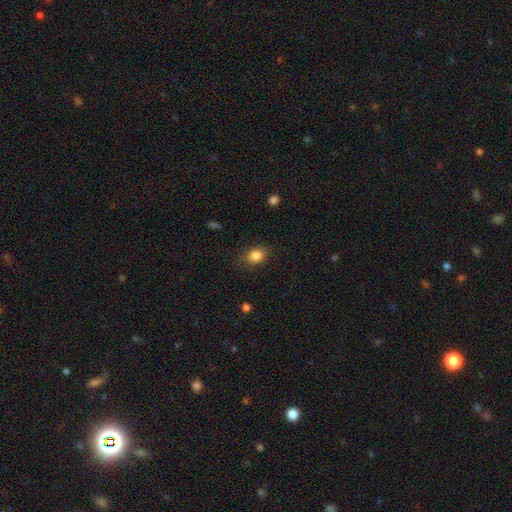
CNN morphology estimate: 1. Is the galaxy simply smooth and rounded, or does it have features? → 85% smooth, 9% star or artifact, 6% featured or disk.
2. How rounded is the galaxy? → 59% in between, 39% round, 1% cigar-shaped.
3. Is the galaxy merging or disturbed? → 81% none, 14% minor disturbance, 4% major disturbance, 1% merger.